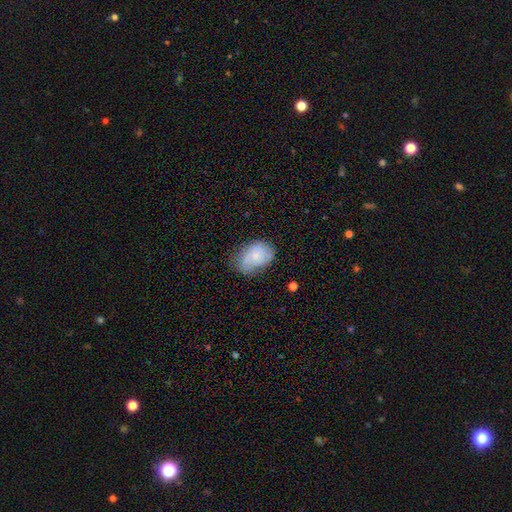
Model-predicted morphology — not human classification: smooth_or_featured: smooth (p=0.63) [alt: featured or disk p=0.29]
how_rounded: in between (p=0.82) [alt: round p=0.16]
merging: none (p=0.50) [alt: minor disturbance p=0.35]